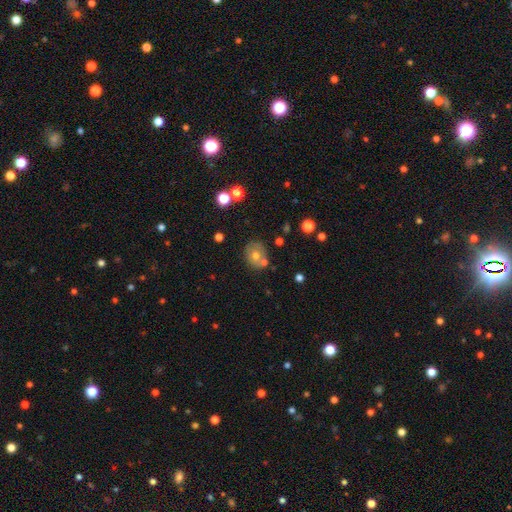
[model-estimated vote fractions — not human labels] Smooth or featured?
  - smooth: 64% *
  - featured or disk: 24%
  - star or artifact: 12%
How rounded?
  - round: 73% *
  - in between: 27%
  - cigar-shaped: 1%
Merging?
  - none: 62% *
  - merger: 21%
  - minor disturbance: 13%
  - major disturbance: 4%